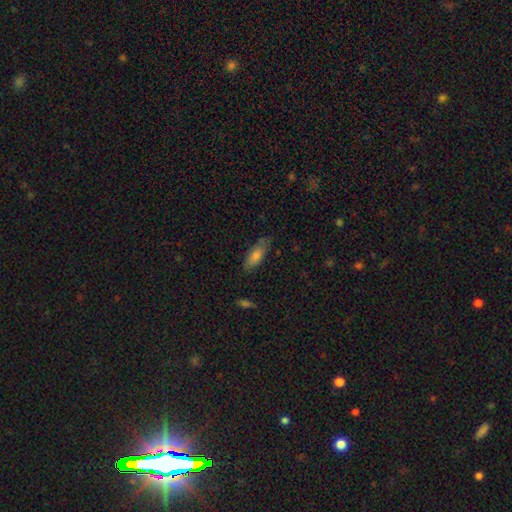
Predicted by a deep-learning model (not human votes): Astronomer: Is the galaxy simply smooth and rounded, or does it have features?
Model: smooth — 73%.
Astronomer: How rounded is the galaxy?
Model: in between — 65%.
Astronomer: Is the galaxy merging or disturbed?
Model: none — 75%.